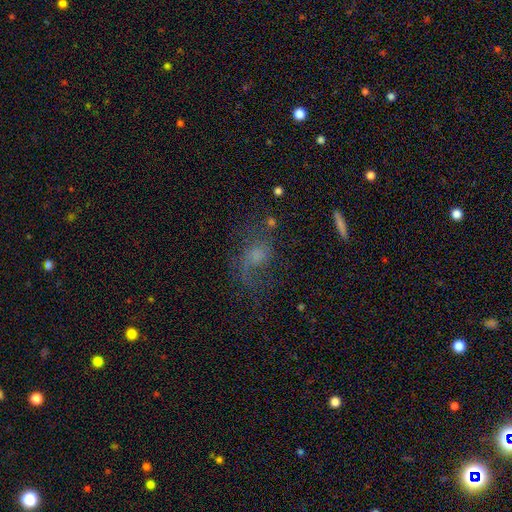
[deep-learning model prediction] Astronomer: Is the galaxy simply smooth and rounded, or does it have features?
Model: featured or disk — 51% (runner-up: smooth, 31%).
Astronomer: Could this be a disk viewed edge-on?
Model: no — 94%.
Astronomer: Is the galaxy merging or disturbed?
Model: none — 47% (runner-up: major disturbance, 30%).